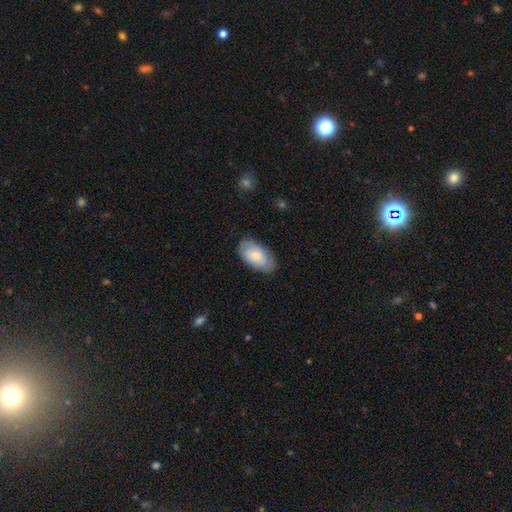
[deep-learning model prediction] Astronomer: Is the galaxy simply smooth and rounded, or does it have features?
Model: smooth — 74%.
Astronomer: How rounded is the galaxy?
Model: in between — 95%.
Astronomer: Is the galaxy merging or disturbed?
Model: none — 82%.